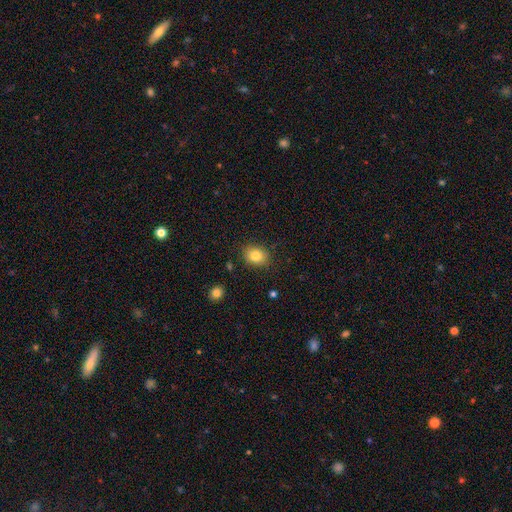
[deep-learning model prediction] Q: Smooth or featured?
A: smooth (82%); runner-up: star or artifact (10%)
Q: How rounded?
A: round (50%); runner-up: in between (49%)
Q: Merging?
A: none (86%); runner-up: minor disturbance (10%)